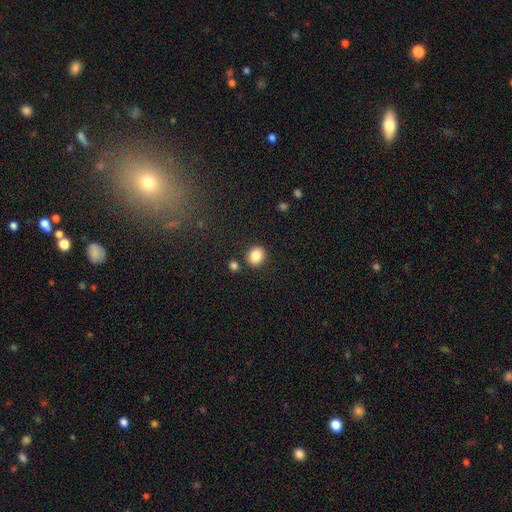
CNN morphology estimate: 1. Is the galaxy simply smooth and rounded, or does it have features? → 86% smooth, 9% star or artifact, 5% featured or disk.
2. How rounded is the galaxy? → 68% round, 31% in between, 1% cigar-shaped.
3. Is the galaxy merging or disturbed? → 84% none, 8% minor disturbance, 6% merger, 3% major disturbance.